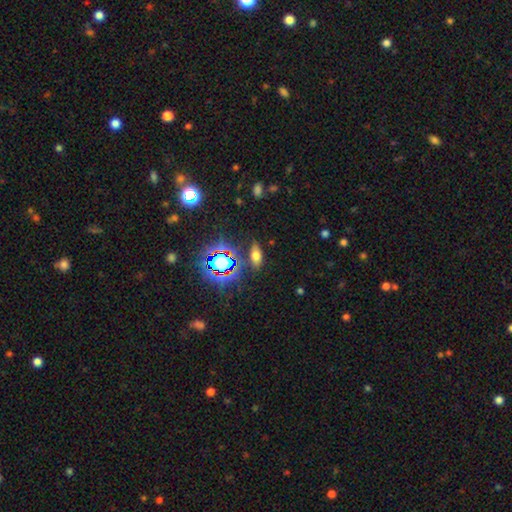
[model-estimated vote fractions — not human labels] This is possibly a smooth galaxy (58%). How rounded: likely in between (77%). Merging: clearly none (81%).